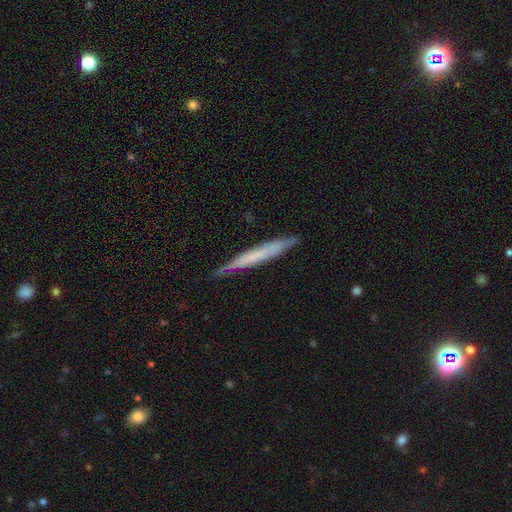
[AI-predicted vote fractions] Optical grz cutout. It shows a featured or disk galaxy (47%). Merging: none (79%).